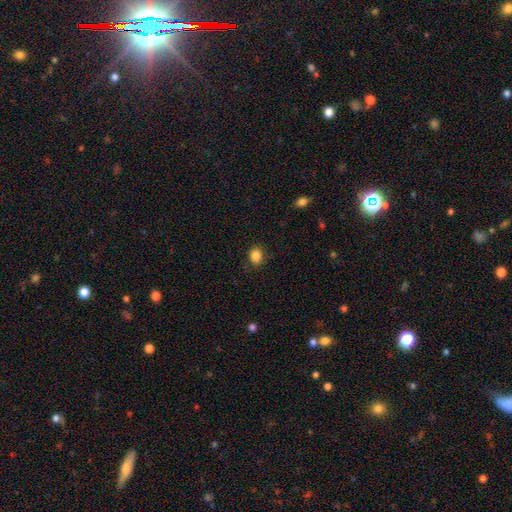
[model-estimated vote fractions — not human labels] Smooth or featured?
  - smooth: 86% *
  - star or artifact: 10%
  - featured or disk: 4%
How rounded?
  - round: 56% *
  - in between: 43%
  - cigar-shaped: 1%
Merging?
  - none: 86% *
  - minor disturbance: 10%
  - major disturbance: 3%
  - merger: 1%